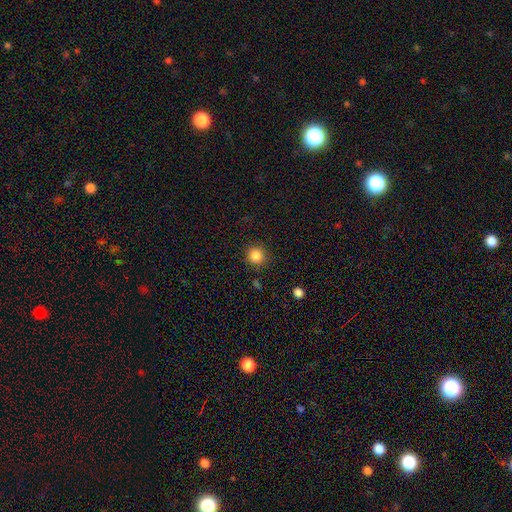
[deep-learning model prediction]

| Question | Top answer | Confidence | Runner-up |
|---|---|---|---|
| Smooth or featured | smooth | 85% | star or artifact (11%) |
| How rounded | round | 93% | in between (6%) |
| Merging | none | 86% | minor disturbance (9%) |